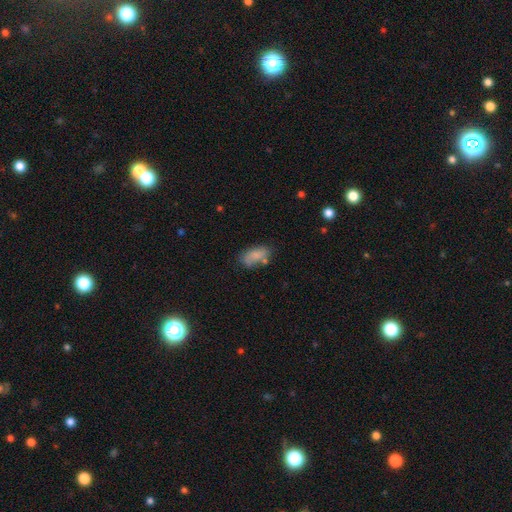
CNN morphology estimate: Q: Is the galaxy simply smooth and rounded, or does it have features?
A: smooth — 77%.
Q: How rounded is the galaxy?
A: in between — 88%.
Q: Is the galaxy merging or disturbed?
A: none — 55%.